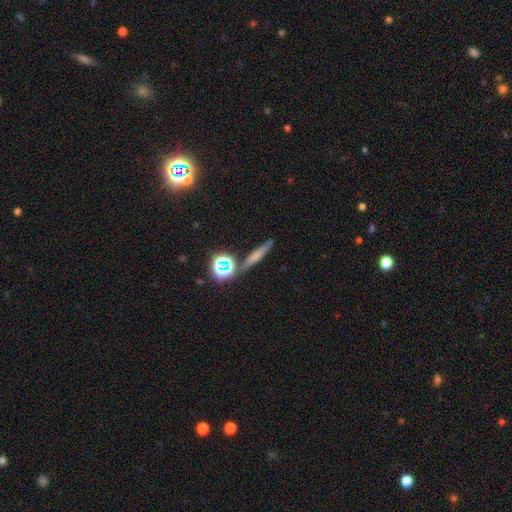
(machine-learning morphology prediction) A smooth galaxy with no disk features (55%) that is cigar-shaped (77%). Merging: none (81%).